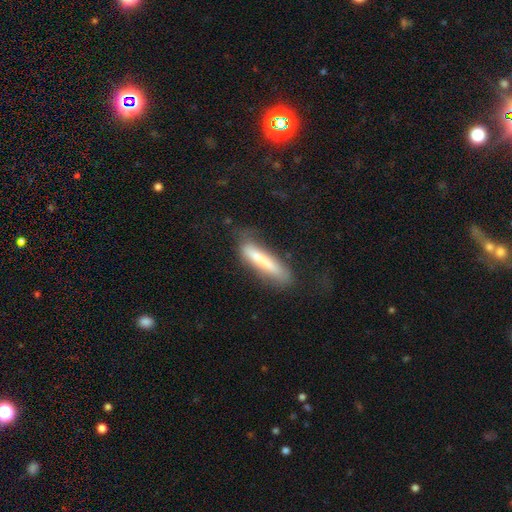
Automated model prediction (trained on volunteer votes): Smooth or featured? smooth (68%)
How rounded? cigar-shaped (82%)
Merging? none (61%)